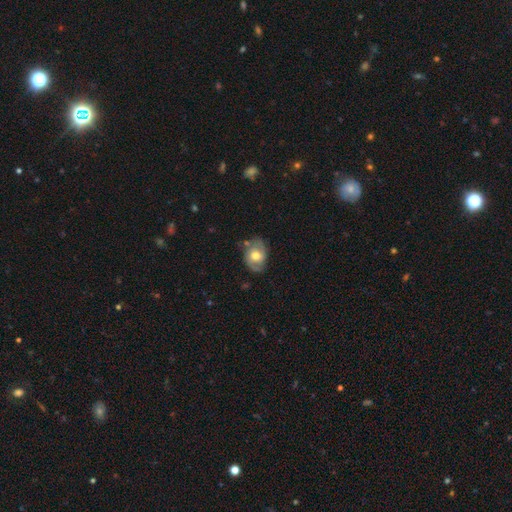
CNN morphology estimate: Smooth or featured?
  - featured or disk: 49% *
  - smooth: 43%
  - star or artifact: 7%
Merging?
  - none: 63% *
  - minor disturbance: 25%
  - major disturbance: 8%
  - merger: 3%